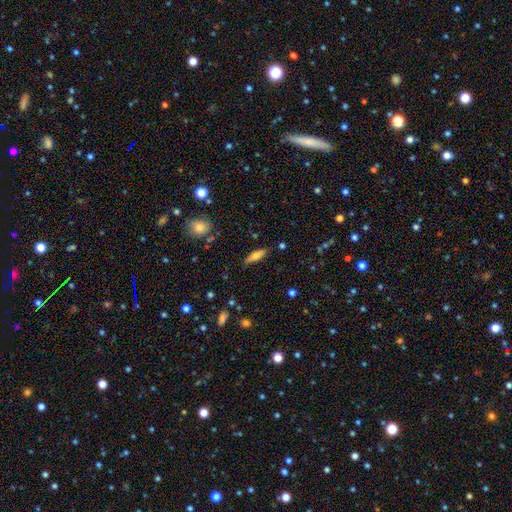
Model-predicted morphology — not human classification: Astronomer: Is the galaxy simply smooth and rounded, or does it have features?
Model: smooth — 60%.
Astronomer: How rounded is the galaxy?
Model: cigar-shaped — 50% (runner-up: in between, 48%).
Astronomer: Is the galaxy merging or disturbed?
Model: none — 81%.